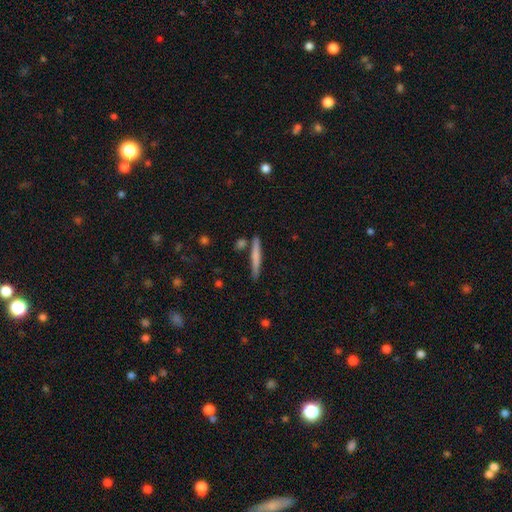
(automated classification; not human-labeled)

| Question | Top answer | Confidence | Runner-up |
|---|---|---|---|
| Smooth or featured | smooth | 68% | featured or disk (27%) |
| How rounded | cigar-shaped | 95% | in between (4%) |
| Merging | none | 81% | minor disturbance (11%) |